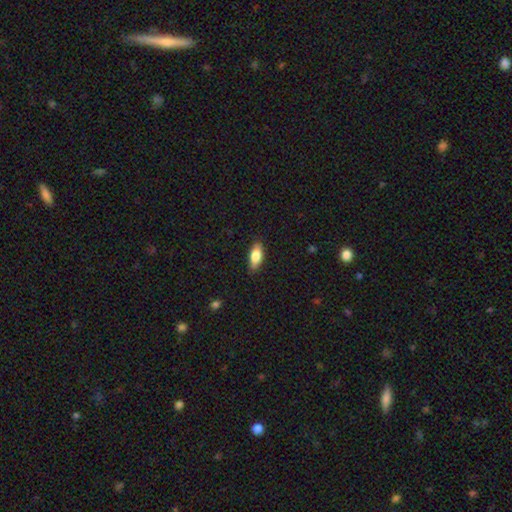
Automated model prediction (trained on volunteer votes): This appears to be a smooth galaxy with no disk features (77%) that is in between round and cigar-shaped (78%). Merging: none (86%).